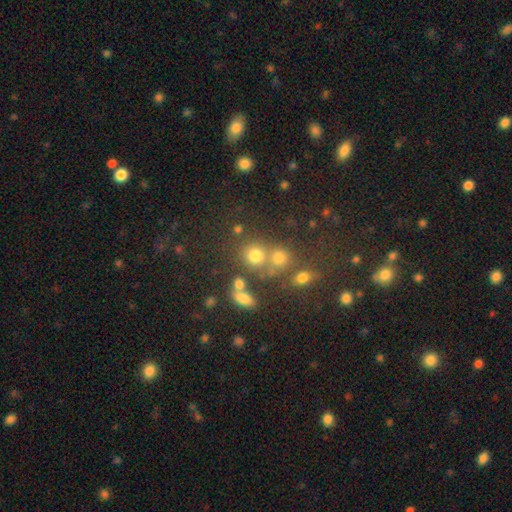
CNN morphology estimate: smooth 70%, star or artifact 20%, featured or disk 10%. Down the decision tree: how rounded — round (82%); merging — none (56%).